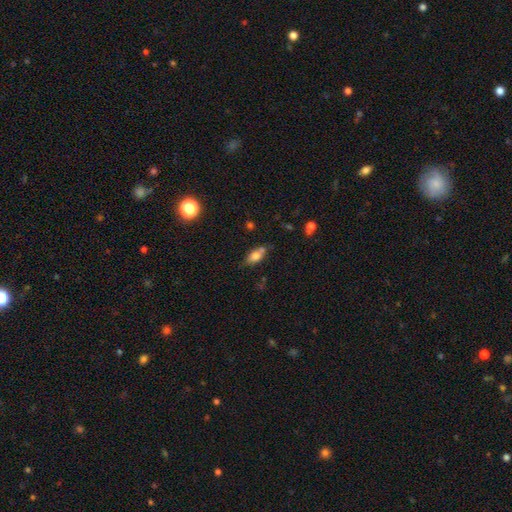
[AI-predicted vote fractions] The model was most divided on "merging": none: 58%, minor disturbance: 21%, merger: 16%, major disturbance: 5%. More confident: how rounded — in between (83%); smooth or featured — smooth (74%).